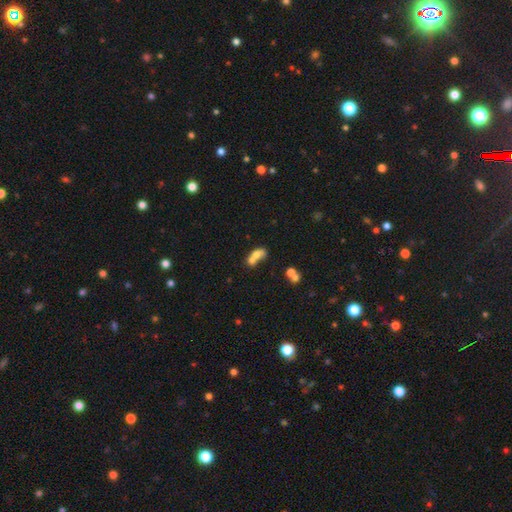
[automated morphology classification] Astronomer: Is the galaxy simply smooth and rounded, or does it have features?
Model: smooth — 64%.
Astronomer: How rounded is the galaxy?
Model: in between — 62%.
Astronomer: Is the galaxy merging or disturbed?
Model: merger — 68%.